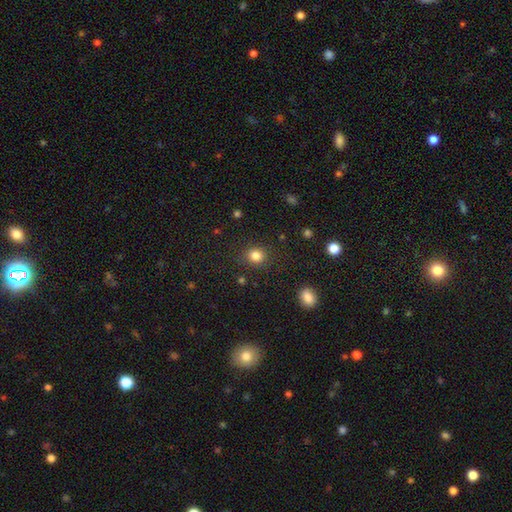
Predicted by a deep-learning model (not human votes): Smooth or featured? smooth (84%)
How rounded? round (80%)
Merging? none (85%)